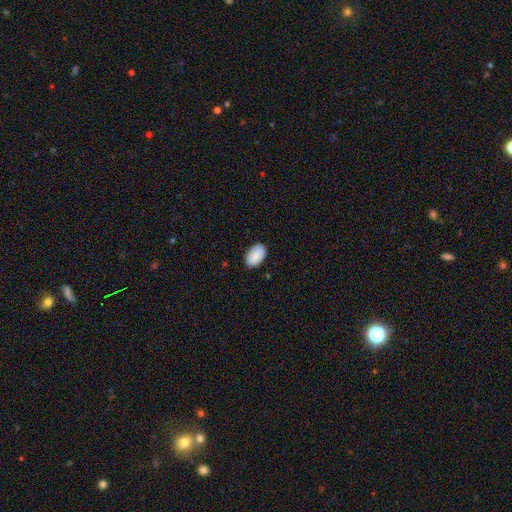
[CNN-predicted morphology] Q: Smooth or featured?
A: smooth (90%); runner-up: star or artifact (6%)
Q: How rounded?
A: in between (93%); runner-up: round (6%)
Q: Merging?
A: none (86%); runner-up: minor disturbance (11%)